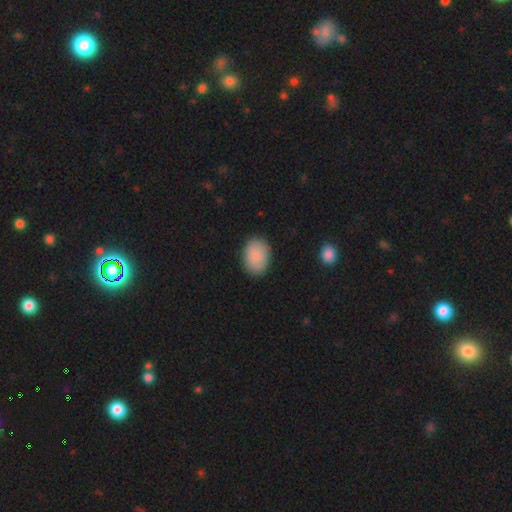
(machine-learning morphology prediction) smooth-or-featured: smooth: 87% | featured or disk: 7% | star or artifact: 6%
  how-rounded: in between: 77% | round: 22% | cigar-shaped: 1%
  merging: none: 87% | minor disturbance: 10% | major disturbance: 2% | merger: 1%